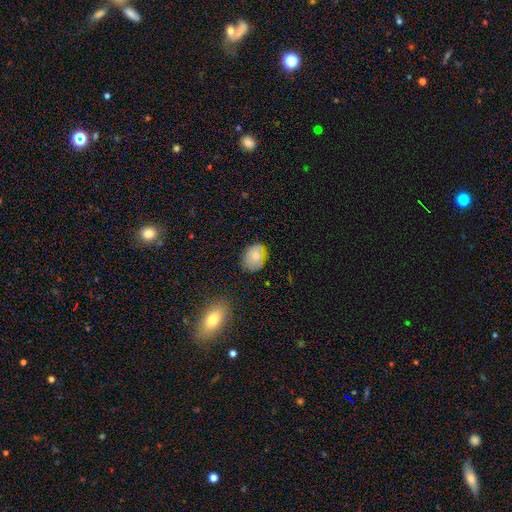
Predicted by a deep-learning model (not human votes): smooth_or_featured: smooth (p=0.73) [alt: featured or disk p=0.16]
how_rounded: in between (p=0.70) [alt: round p=0.29]
merging: none (p=0.74) [alt: minor disturbance p=0.20]